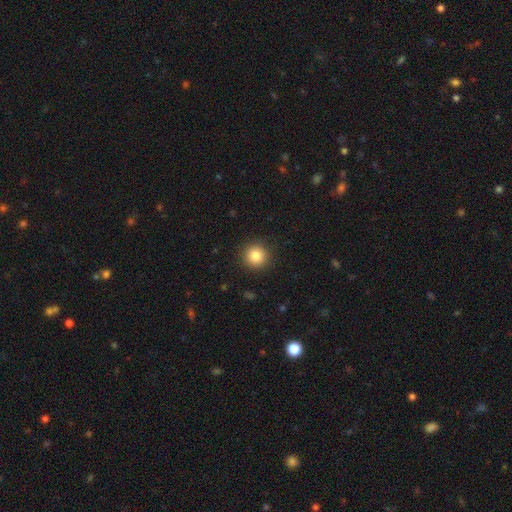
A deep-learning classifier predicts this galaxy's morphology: Smooth or featured: smooth — 84% (star or artifact — 10%)
How rounded: round — 94% (in between — 5%)
Merging: none — 91% (minor disturbance — 6%)